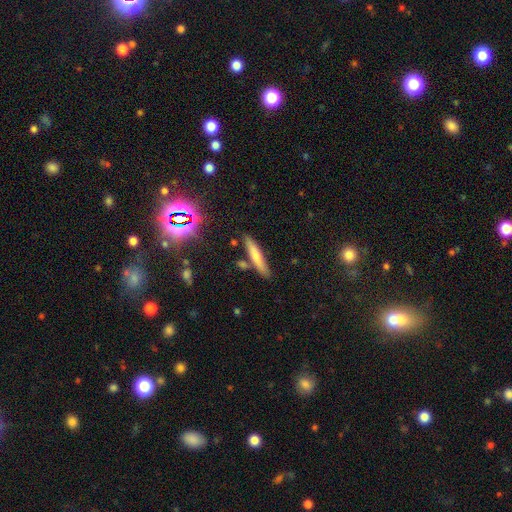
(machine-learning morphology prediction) Smooth or featured? smooth (67%)
How rounded? cigar-shaped (90%)
Merging? none (80%)